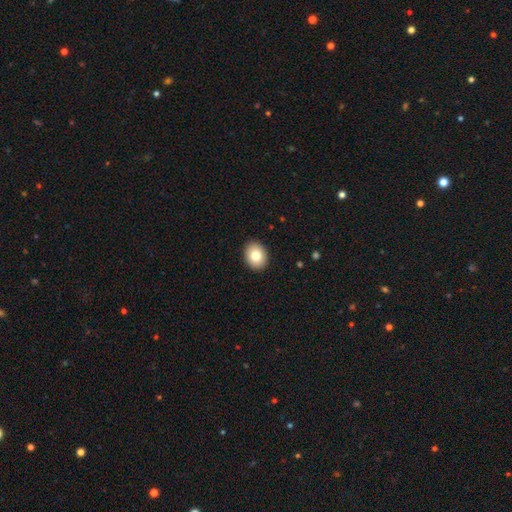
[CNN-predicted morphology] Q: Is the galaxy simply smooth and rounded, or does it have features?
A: smooth — 81%.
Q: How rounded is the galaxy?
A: in between — 52%.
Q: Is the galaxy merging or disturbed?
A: none — 92%.